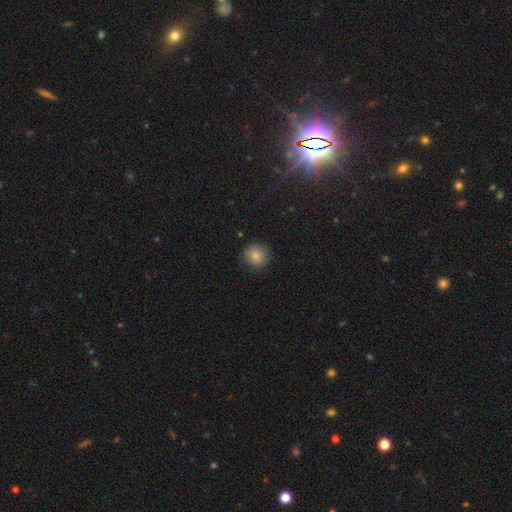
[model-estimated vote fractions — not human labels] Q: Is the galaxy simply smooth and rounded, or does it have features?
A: smooth — 84%.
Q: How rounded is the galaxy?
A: round — 89%.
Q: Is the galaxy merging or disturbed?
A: none — 87%.